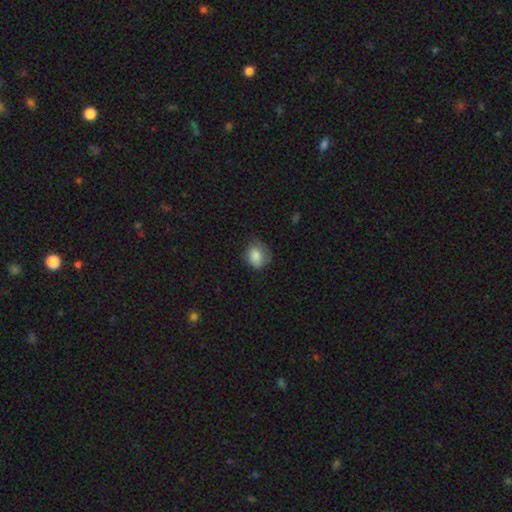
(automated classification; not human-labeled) Smooth or featured? smooth (84%)
How rounded? round (53%)
Merging? none (53%)